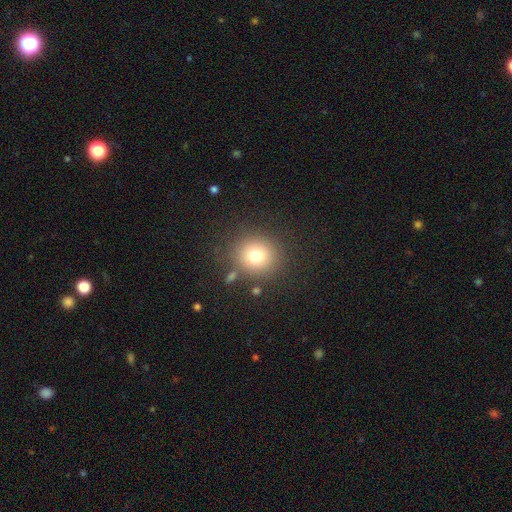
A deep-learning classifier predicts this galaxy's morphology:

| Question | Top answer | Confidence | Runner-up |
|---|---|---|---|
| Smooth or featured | smooth | 75% | star or artifact (14%) |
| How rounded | round | 88% | in between (11%) |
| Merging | none | 83% | minor disturbance (9%) |